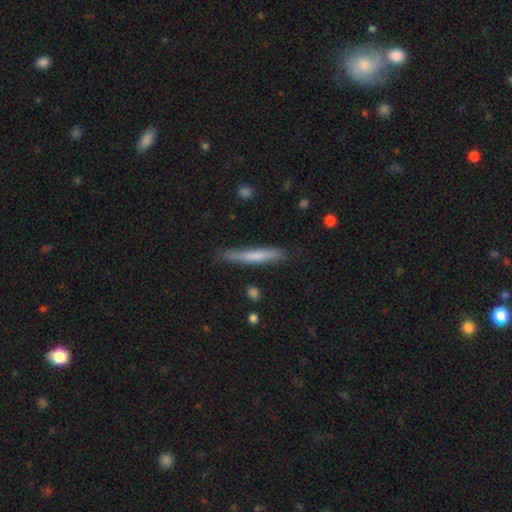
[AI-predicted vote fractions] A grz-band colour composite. It shows a featured or disk galaxy (51%) viewed edge-on (94%). Merging: none (85%).